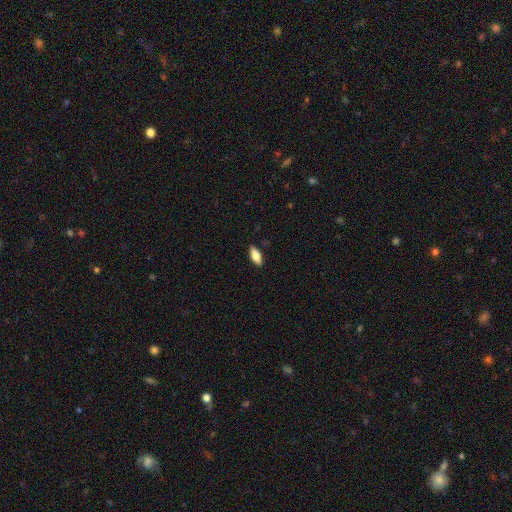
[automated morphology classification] A smooth galaxy with no disk features (74%) that is in between round and cigar-shaped (80%). Merging: none (88%).